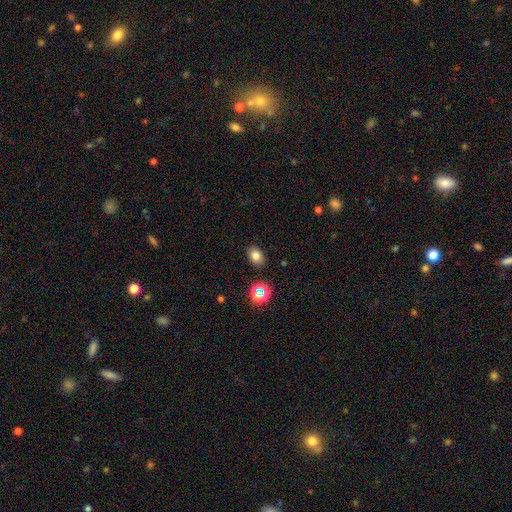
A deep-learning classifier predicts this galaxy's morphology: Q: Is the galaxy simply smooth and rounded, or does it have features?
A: smooth — 78%.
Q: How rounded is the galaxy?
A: in between — 72%.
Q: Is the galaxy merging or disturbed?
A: none — 86%.